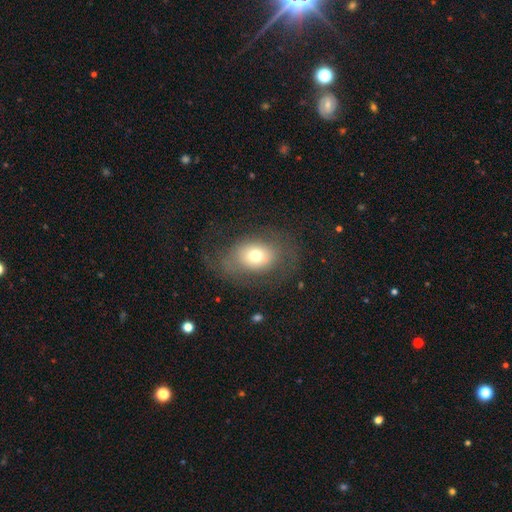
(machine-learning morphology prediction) Q: Smooth or featured?
A: smooth (63%); runner-up: featured or disk (25%)
Q: How rounded?
A: in between (62%); runner-up: round (37%)
Q: Merging?
A: none (58%); runner-up: major disturbance (21%)